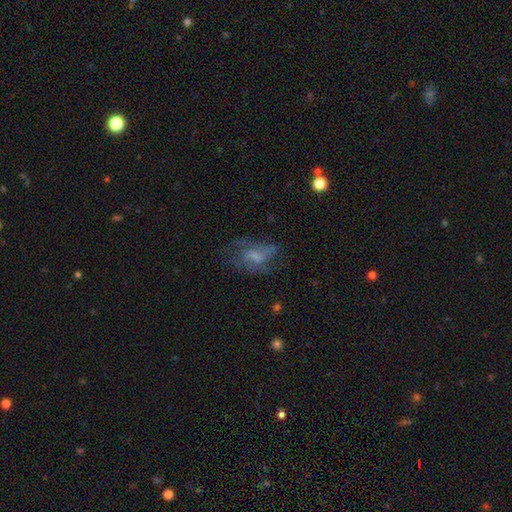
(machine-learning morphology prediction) Q: Smooth or featured?
A: featured or disk (53%); runner-up: smooth (35%)
Q: Edge-on disk?
A: no (95%); runner-up: yes (5%)
Q: Bar?
A: no (51%); runner-up: weak (39%)
Q: Spiral arms?
A: yes (64%); runner-up: no (36%)
Q: Bulge size?
A: none (37%); runner-up: small (28%)
Q: Merging?
A: none (48%); runner-up: major disturbance (27%)